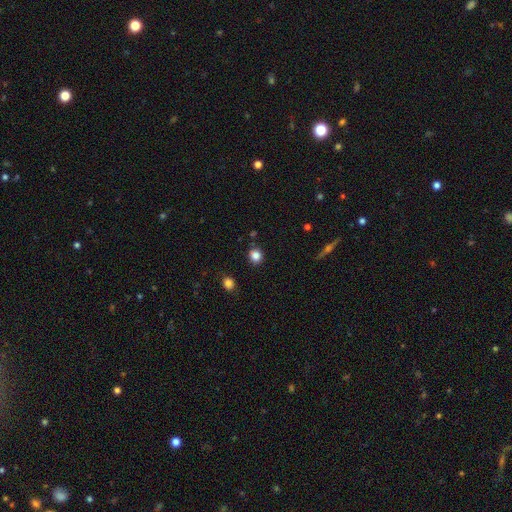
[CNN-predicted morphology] smooth_or_featured: smooth (p=0.84) [alt: star or artifact p=0.12]
how_rounded: round (p=0.82) [alt: in between p=0.17]
merging: none (p=0.86) [alt: minor disturbance p=0.09]